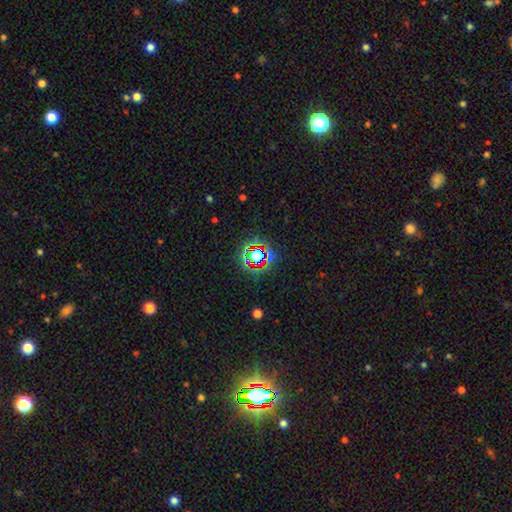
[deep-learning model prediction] Smooth or featured: star or artifact — 68% (smooth — 20%)